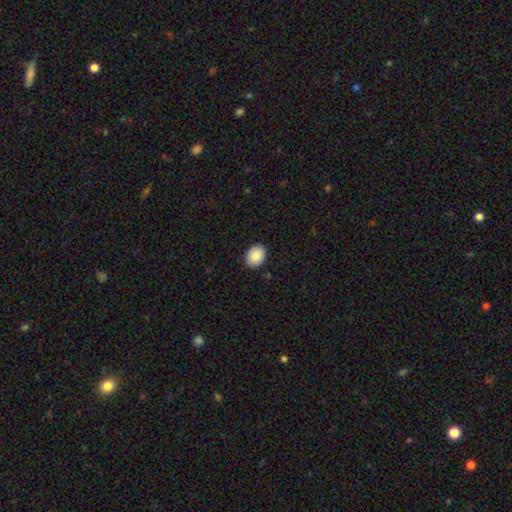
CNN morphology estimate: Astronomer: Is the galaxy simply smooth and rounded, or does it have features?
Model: smooth — 88%.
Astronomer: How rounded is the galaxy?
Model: in between — 59% (runner-up: round, 40%).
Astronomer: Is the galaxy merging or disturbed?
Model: none — 89%.